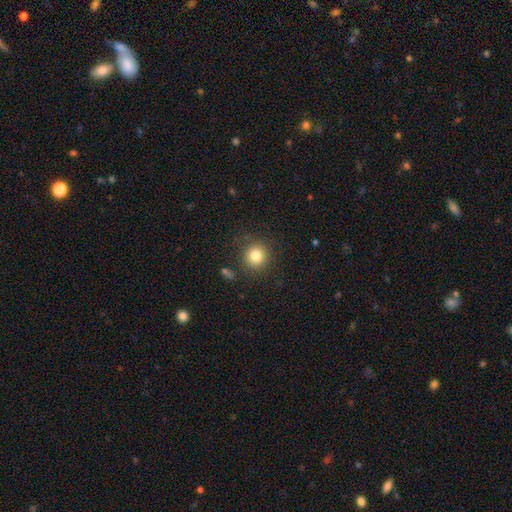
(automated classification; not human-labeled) smooth 82%, star or artifact 11%, featured or disk 7%. Down the decision tree: how rounded — round (91%); merging — none (86%).